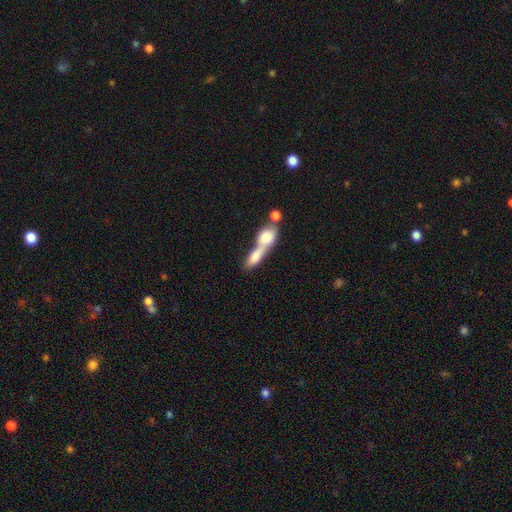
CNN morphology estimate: smooth 73%, featured or disk 20%, star or artifact 7%. Down the decision tree: how rounded — in between (61%); merging — merger (77%).